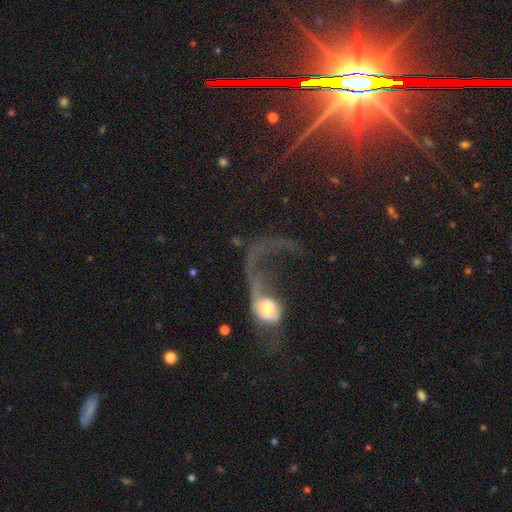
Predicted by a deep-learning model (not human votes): Morphology: type=featured or disk (67%); edge-on=no (89%); bar=no (70%); spiral arms=yes (76%); bulge=moderate (47%); merging=major disturbance (55%).